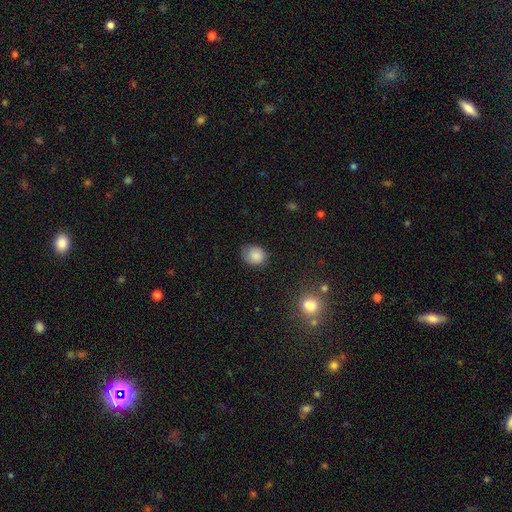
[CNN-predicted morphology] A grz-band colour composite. It shows a smooth galaxy with no disk features (83%) that is round (66%). Merging: none (66%).